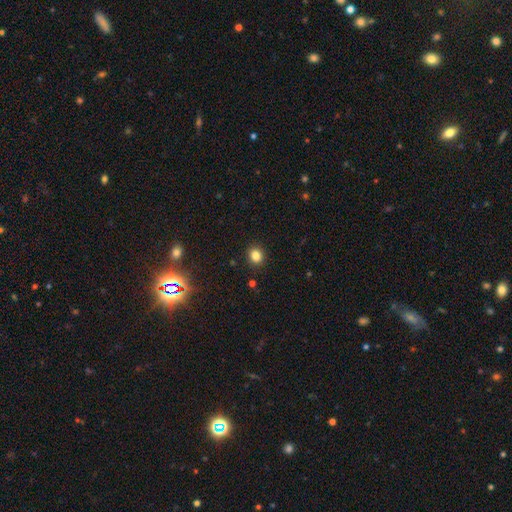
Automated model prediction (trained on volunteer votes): A smooth galaxy with no disk features (83%) that is round (73%).

Vote fractions:
- Smooth or featured? smooth: 83% / star or artifact: 12% / featured or disk: 5%
- How rounded? round: 73% / in between: 26% / cigar-shaped: 1%
- Merging? none: 91% / minor disturbance: 6% / major disturbance: 2% / merger: 1%